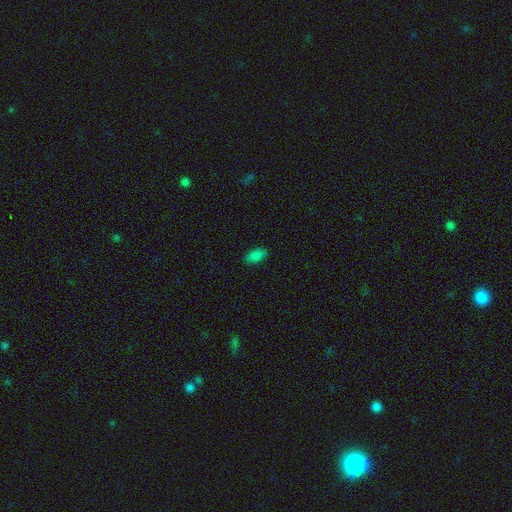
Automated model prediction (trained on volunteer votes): Smooth or featured? Predicted: smooth (p=0.86). How rounded? Predicted: in between (p=0.91). Merging? Predicted: none (p=0.87).